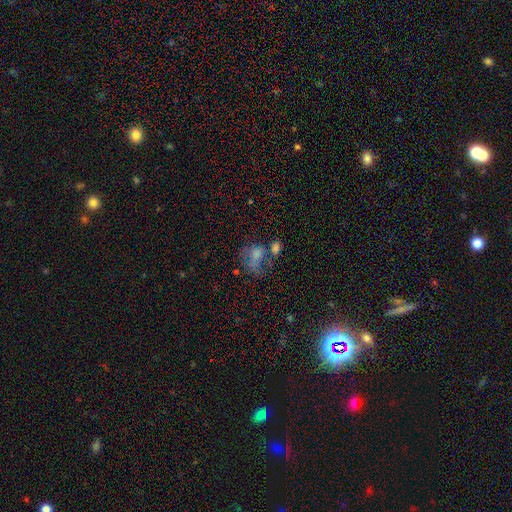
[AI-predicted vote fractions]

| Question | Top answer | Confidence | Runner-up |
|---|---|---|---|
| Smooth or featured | smooth | 59% | featured or disk (24%) |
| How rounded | in between | 69% | round (29%) |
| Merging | major disturbance | 33% | merger (28%) |